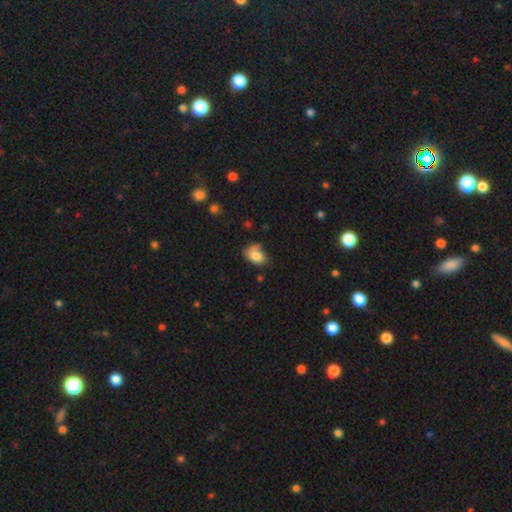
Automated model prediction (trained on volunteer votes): Smooth or featured? Predicted: smooth (p=0.78). How rounded? Predicted: in between (p=0.81). Merging? Predicted: none (p=0.46).